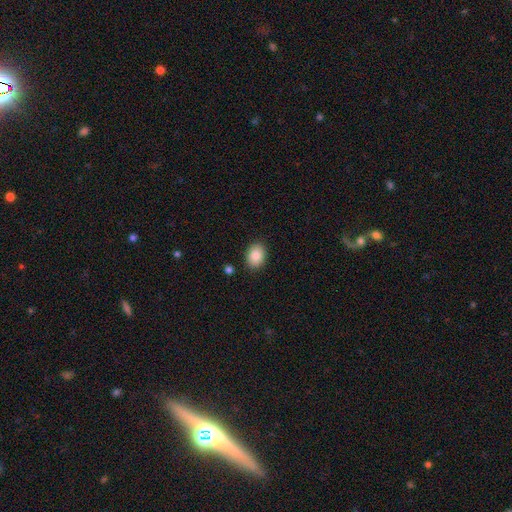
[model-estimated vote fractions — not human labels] Smooth or featured? Predicted: smooth (p=0.88). How rounded? Predicted: in between (p=0.71). Merging? Predicted: none (p=0.88).